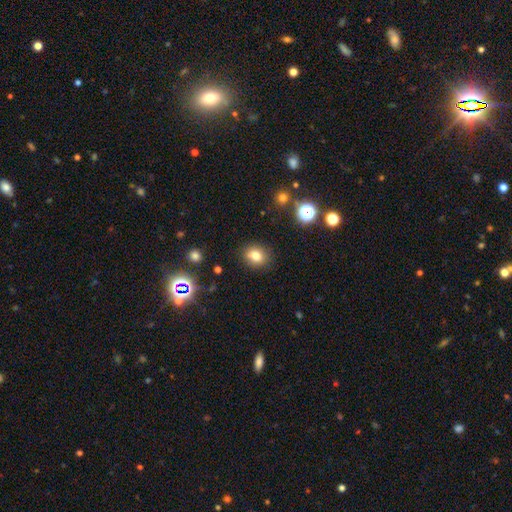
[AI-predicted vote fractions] Smooth or featured? Predicted: smooth (p=0.78). How rounded? Predicted: round (p=0.67). Merging? Predicted: none (p=0.86).